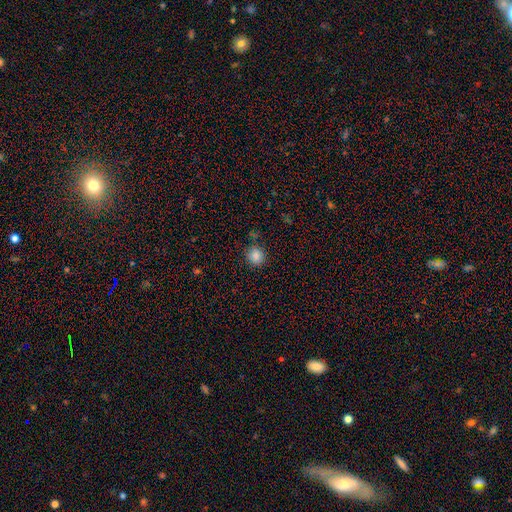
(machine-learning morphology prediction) The model was most divided on "how rounded": round: 83%, in between: 16%, cigar-shaped: 1%. More confident: smooth or featured — smooth (85%); merging — none (83%).